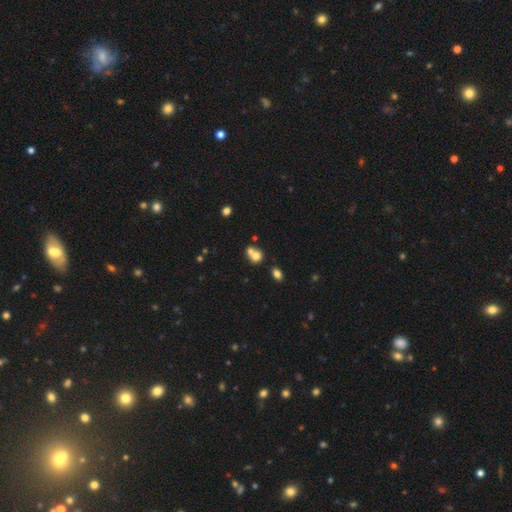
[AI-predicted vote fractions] Q: Smooth or featured?
A: smooth (72%); runner-up: featured or disk (16%)
Q: How rounded?
A: round (64%); runner-up: in between (34%)
Q: Merging?
A: merger (57%); runner-up: none (32%)